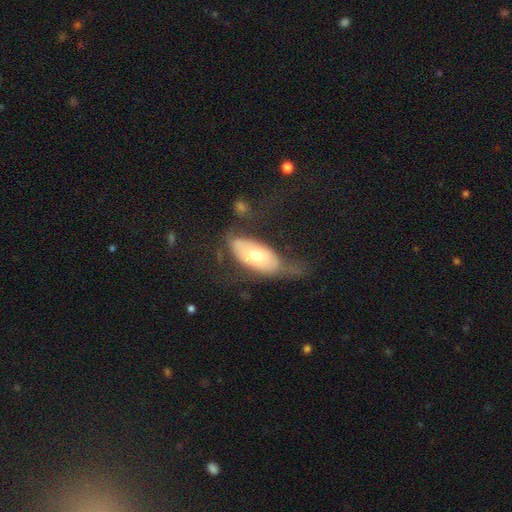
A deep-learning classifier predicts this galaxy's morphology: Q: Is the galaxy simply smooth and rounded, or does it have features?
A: smooth — 55%.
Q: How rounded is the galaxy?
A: in between — 86%.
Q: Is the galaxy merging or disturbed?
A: none — 41%.